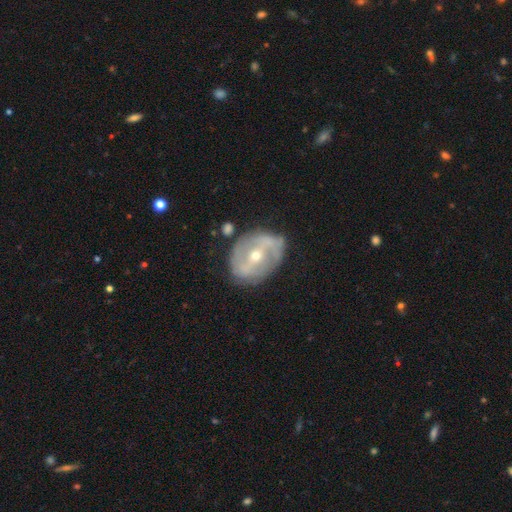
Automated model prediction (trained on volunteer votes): Morphology: type=featured or disk (77%); edge-on=no (95%); bar=strong (42%); spiral arms=yes (62%); bulge=small (55%); merging=none (68%).